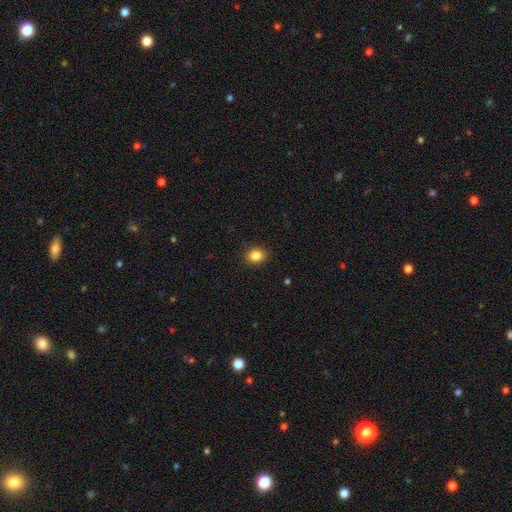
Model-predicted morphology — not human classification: A smooth galaxy with no disk features (85%) that is round (58%). Merging: none (90%).